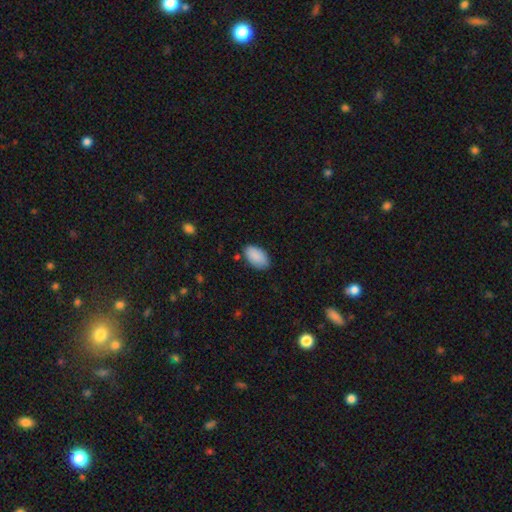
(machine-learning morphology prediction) The model was most divided on "merging": none: 77%, minor disturbance: 18%, major disturbance: 3%, merger: 2%. More confident: how rounded — in between (94%); smooth or featured — smooth (89%).